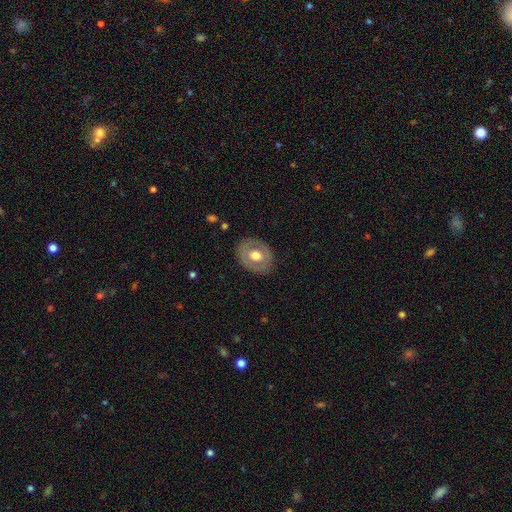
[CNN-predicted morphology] Smooth or featured? smooth (51%)
How rounded? round (53%)
Merging? none (84%)